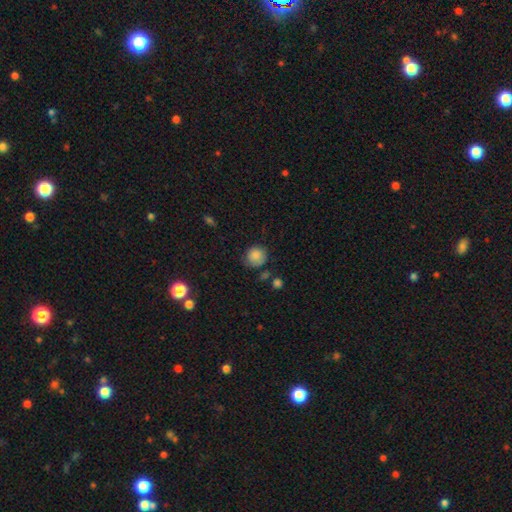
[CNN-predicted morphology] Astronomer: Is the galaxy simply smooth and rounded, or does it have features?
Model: smooth — 84%.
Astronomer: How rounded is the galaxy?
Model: round — 86%.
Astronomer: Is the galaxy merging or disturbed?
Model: none — 68%.